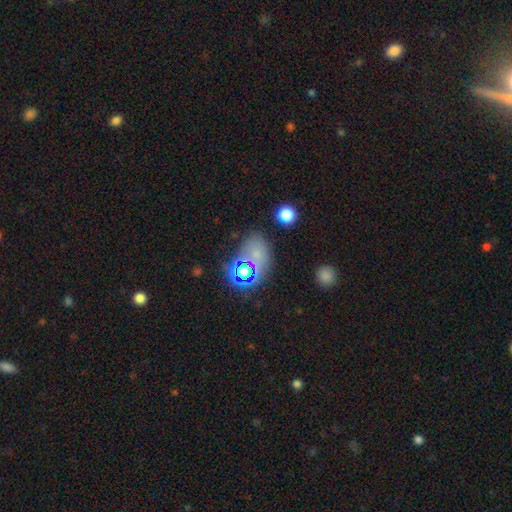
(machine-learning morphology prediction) A smooth galaxy with no disk features (47%). Merging: none (67%).